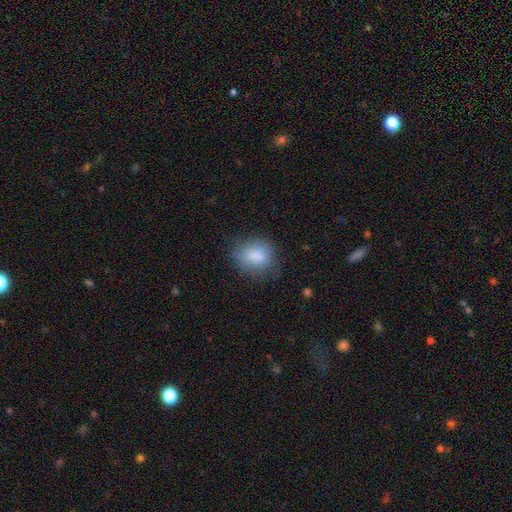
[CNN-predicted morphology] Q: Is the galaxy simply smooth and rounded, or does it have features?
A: smooth — 82%.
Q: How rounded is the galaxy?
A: round — 50%.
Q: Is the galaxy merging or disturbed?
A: none — 67%.